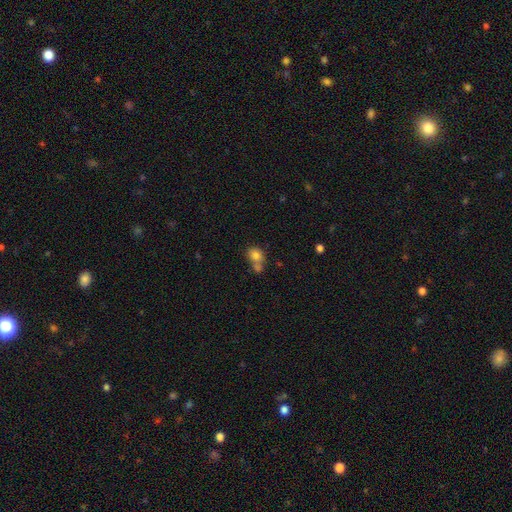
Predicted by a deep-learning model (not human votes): Smooth or featured? Predicted: smooth (p=0.79). How rounded? Predicted: round (p=0.62). Merging? Predicted: merger (p=0.44).